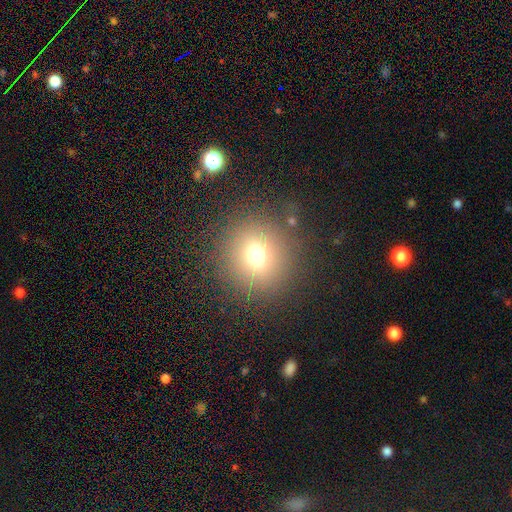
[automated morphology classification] Smooth or featured?
  - smooth: 68% *
  - star or artifact: 20%
  - featured or disk: 12%
How rounded?
  - round: 89% *
  - in between: 10%
  - cigar-shaped: 1%
Merging?
  - none: 89% *
  - minor disturbance: 6%
  - major disturbance: 3%
  - merger: 2%